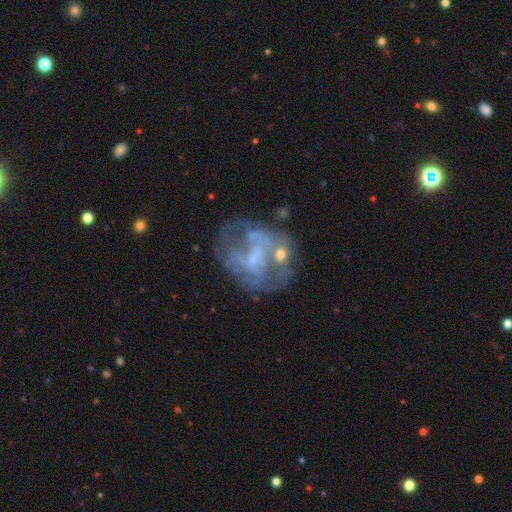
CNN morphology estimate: A featured or disk galaxy (69%) with no bar (62%), no spiral arms (71%) and no central bulge (38%).

Vote fractions:
- Smooth or featured? featured or disk: 69% / smooth: 18% / star or artifact: 12%
- Edge-on disk? no: 97% / yes: 3%
- Bar? no: 62% / weak: 29% / strong: 9%
- Spiral arms? no: 71% / yes: 29%
- Bulge size? none: 38% / small: 37% / moderate: 21% / large: 2% / dominant: 1%
- Merging? none: 47% / major disturbance: 22% / minor disturbance: 18% / merger: 14%